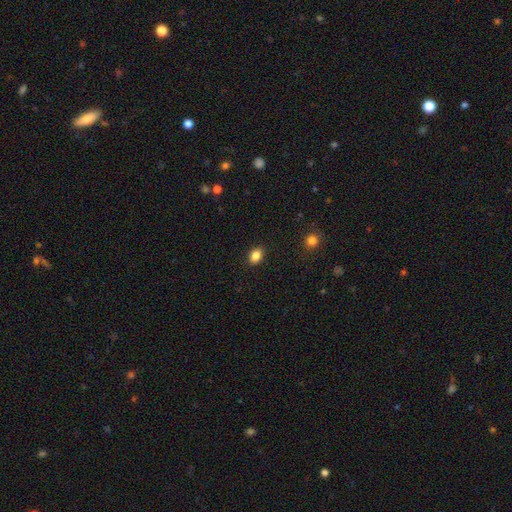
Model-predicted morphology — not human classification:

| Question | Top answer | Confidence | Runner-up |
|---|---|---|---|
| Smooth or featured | smooth | 86% | star or artifact (10%) |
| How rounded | in between | 69% | round (30%) |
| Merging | none | 89% | minor disturbance (8%) |